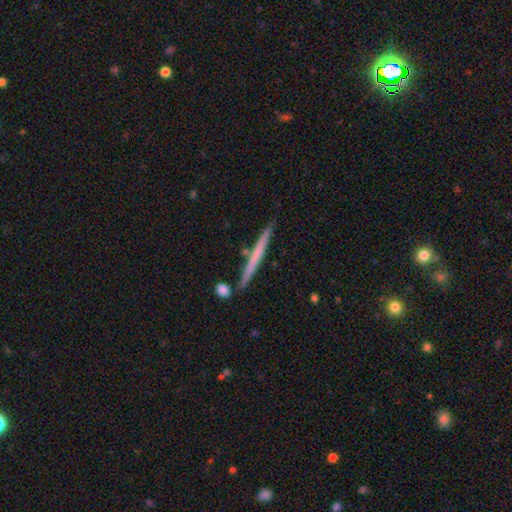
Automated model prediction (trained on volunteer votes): The model was most divided on "smooth or featured": featured or disk: 48%, smooth: 46%, star or artifact: 6%. More confident: merging — none (87%).